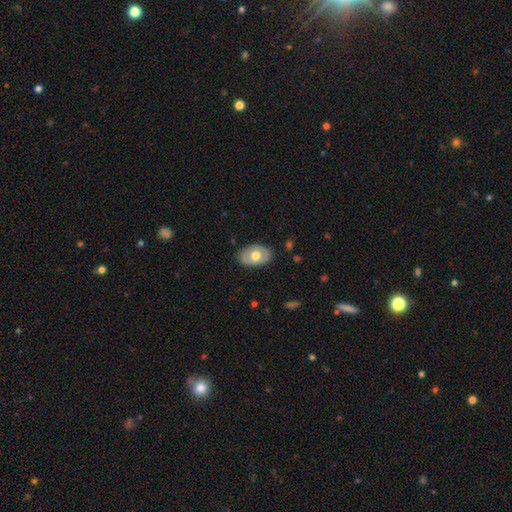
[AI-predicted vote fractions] smooth-or-featured: smooth: 57% | featured or disk: 38% | star or artifact: 6%
  how-rounded: in between: 86% | round: 12% | cigar-shaped: 1%
  merging: none: 82% | minor disturbance: 14% | major disturbance: 3% | merger: 1%